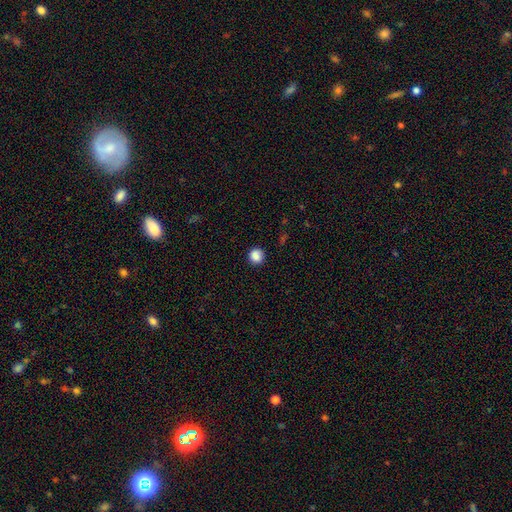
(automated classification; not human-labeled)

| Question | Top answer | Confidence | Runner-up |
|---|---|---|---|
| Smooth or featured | smooth | 87% | star or artifact (10%) |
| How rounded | round | 89% | in between (10%) |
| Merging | none | 88% | minor disturbance (8%) |